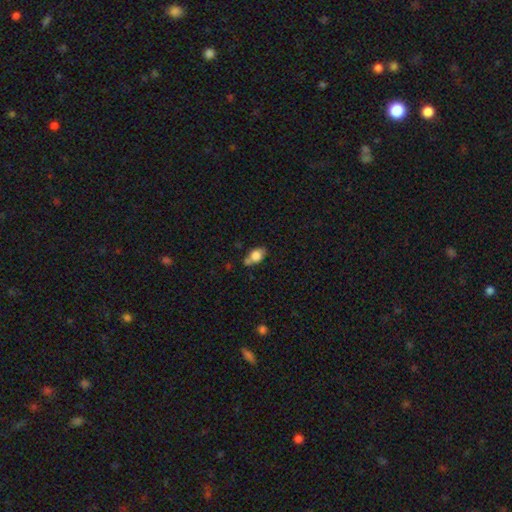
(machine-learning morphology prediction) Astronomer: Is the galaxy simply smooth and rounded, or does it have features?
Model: smooth — 78%.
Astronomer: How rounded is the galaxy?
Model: in between — 77%.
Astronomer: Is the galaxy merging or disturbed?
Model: none — 53%.